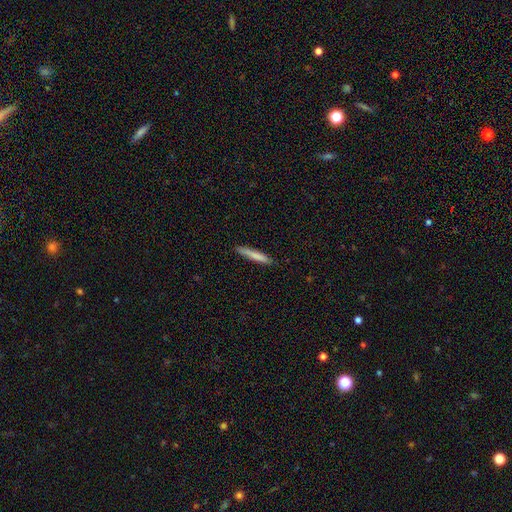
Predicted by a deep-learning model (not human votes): smooth-or-featured: smooth: 78% | featured or disk: 16% | star or artifact: 6%
  how-rounded: cigar-shaped: 93% | in between: 6% | round: 1%
  merging: none: 86% | minor disturbance: 11% | major disturbance: 2% | merger: 1%